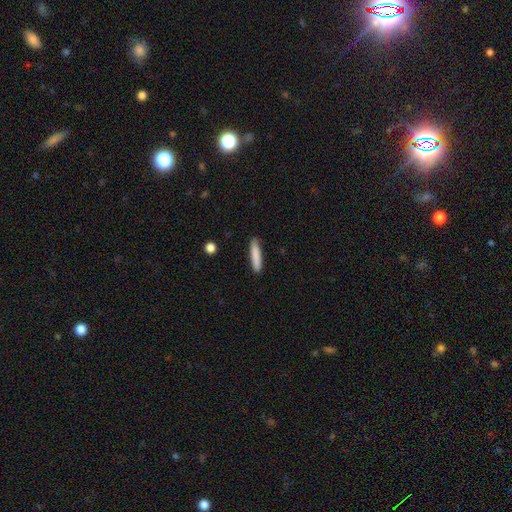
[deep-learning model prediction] smooth-or-featured: smooth: 84% | featured or disk: 10% | star or artifact: 6%
  how-rounded: cigar-shaped: 89% | in between: 9% | round: 1%
  merging: none: 88% | minor disturbance: 9% | major disturbance: 2% | merger: 1%